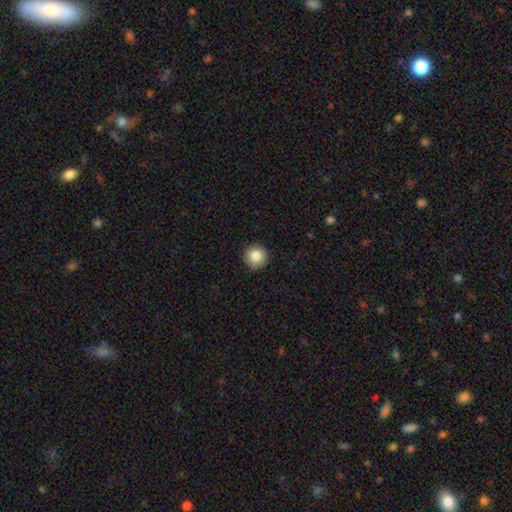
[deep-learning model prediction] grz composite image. It shows a smooth galaxy with no disk features (84%) that is round (96%). Merging: none (91%).